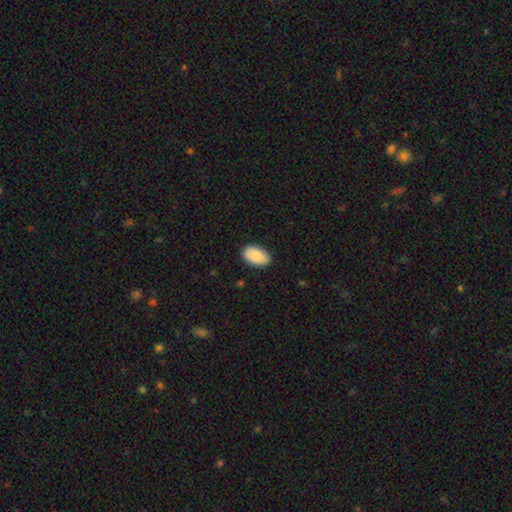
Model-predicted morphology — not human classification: A smooth galaxy with no disk features (86%) that is in between round and cigar-shaped (94%). Merging: none (82%).